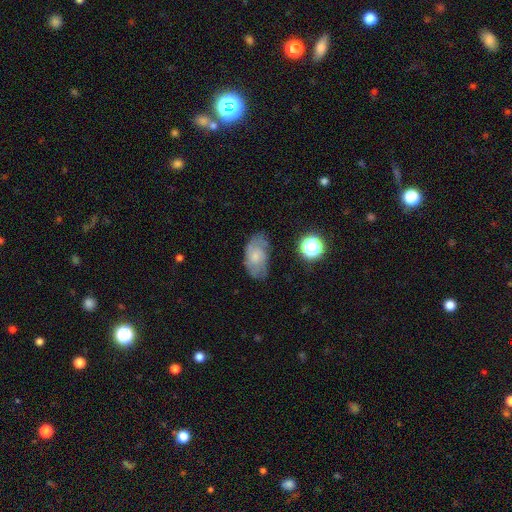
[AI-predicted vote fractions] The model was most divided on "smooth or featured": featured or disk: 46%, smooth: 44%, star or artifact: 10%. More confident: merging — none (61%).